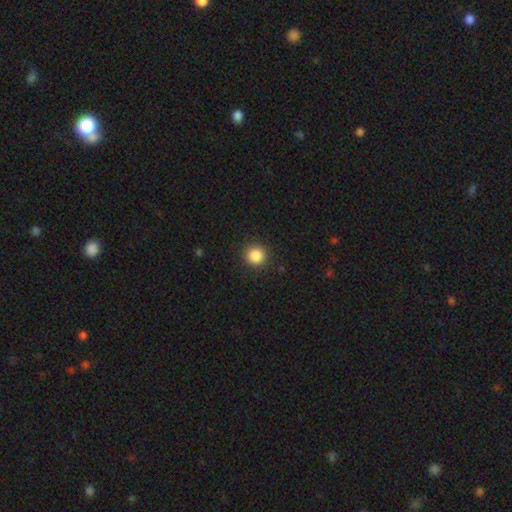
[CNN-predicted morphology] smooth-or-featured: smooth: 86% | star or artifact: 10% | featured or disk: 3%
  how-rounded: round: 94% | in between: 5% | cigar-shaped: 1%
  merging: none: 91% | minor disturbance: 6% | major disturbance: 2% | merger: 1%